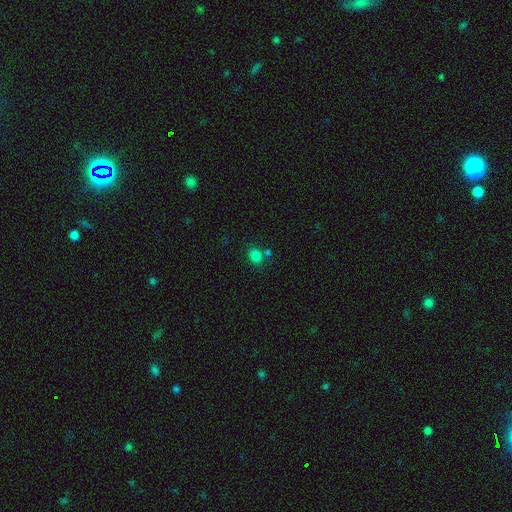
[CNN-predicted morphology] type=smooth (80%); roundness=round (54%); merging=none (67%).